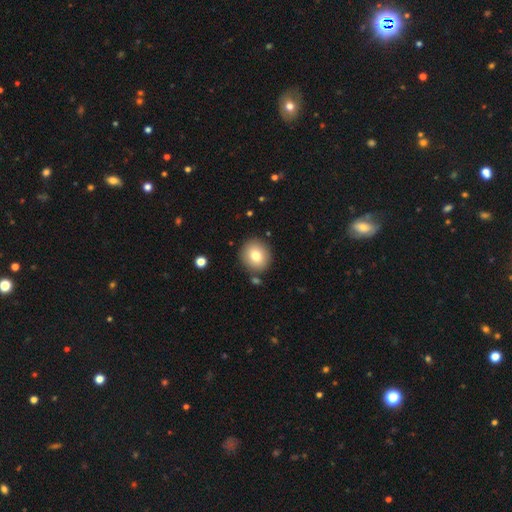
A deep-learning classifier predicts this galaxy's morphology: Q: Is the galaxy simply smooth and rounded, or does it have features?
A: smooth — 79%.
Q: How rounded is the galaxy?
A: round — 84%.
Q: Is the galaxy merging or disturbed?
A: none — 86%.